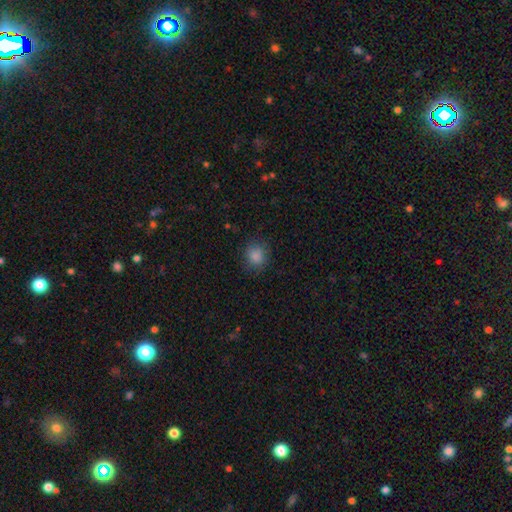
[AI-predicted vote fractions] Smooth or featured? Predicted: smooth (p=0.86). How rounded? Predicted: round (p=0.82). Merging? Predicted: none (p=0.84).